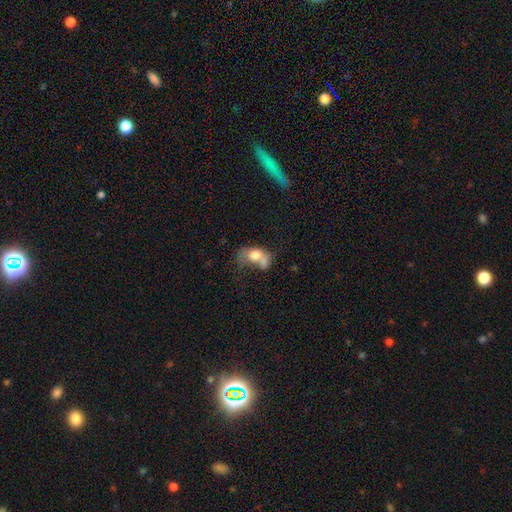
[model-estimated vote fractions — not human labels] Overall: smooth (67%). How rounded: in between (77%). Merging: merger (44%; major disturbance 26%).